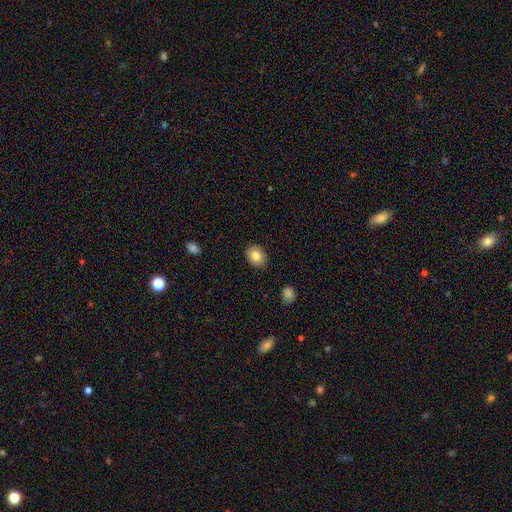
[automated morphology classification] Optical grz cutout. It shows a smooth galaxy with no disk features (84%) that is in between round and cigar-shaped (53%). Merging: none (86%).